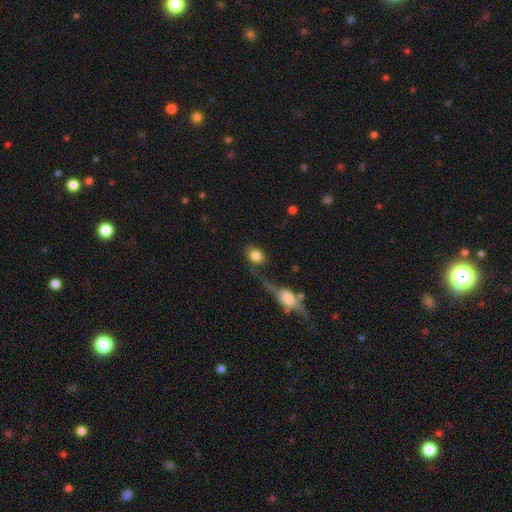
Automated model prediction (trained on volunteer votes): smooth 80%, featured or disk 12%, star or artifact 8%. Down the decision tree: how rounded — in between (62%); merging — none (45%).